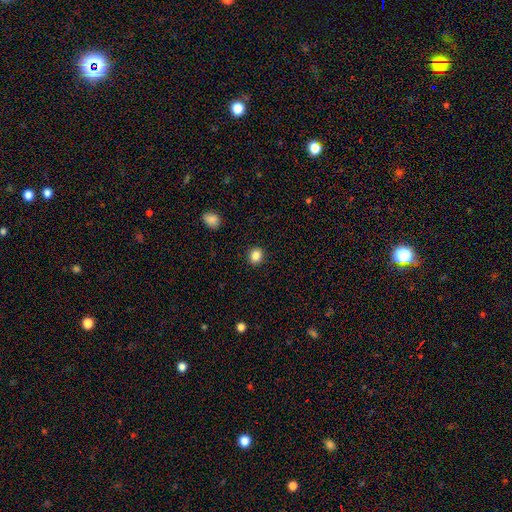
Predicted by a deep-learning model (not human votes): Smooth or featured?
  - smooth: 86% *
  - star or artifact: 10%
  - featured or disk: 4%
How rounded?
  - round: 73% *
  - in between: 26%
  - cigar-shaped: 1%
Merging?
  - none: 90% *
  - minor disturbance: 6%
  - major disturbance: 2%
  - merger: 1%